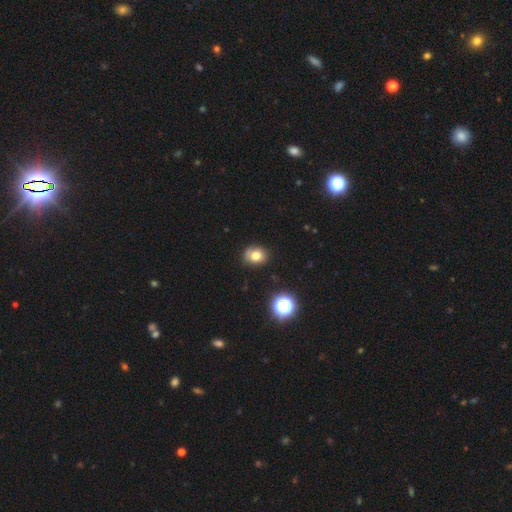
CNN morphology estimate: Smooth or featured? Predicted: smooth (p=0.75). How rounded? Predicted: round (p=0.58). Merging? Predicted: none (p=0.79).